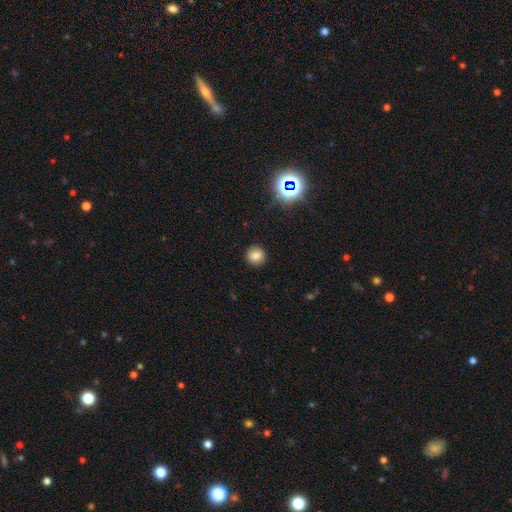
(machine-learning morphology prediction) Smooth or featured? smooth (81%)
How rounded? round (92%)
Merging? none (91%)